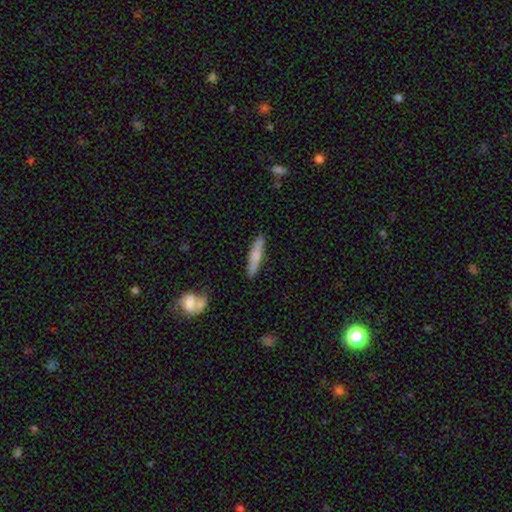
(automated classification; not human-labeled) Smooth or featured?
  - smooth: 69% *
  - featured or disk: 26%
  - star or artifact: 6%
How rounded?
  - cigar-shaped: 85% *
  - in between: 13%
  - round: 2%
Merging?
  - none: 87% *
  - minor disturbance: 9%
  - merger: 2%
  - major disturbance: 2%